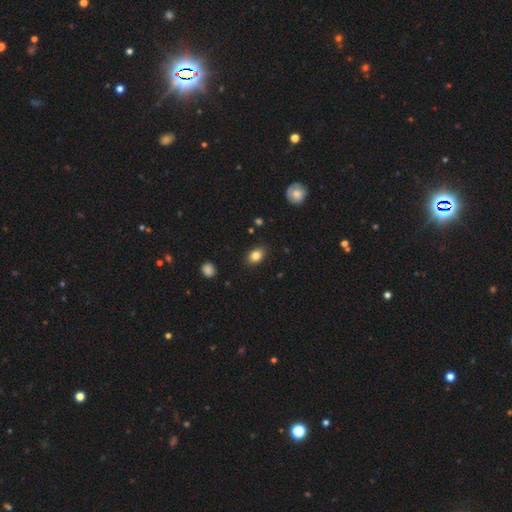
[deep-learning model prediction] Q: Smooth or featured?
A: smooth (83%); runner-up: star or artifact (9%)
Q: How rounded?
A: in between (79%); runner-up: round (19%)
Q: Merging?
A: none (86%); runner-up: minor disturbance (10%)